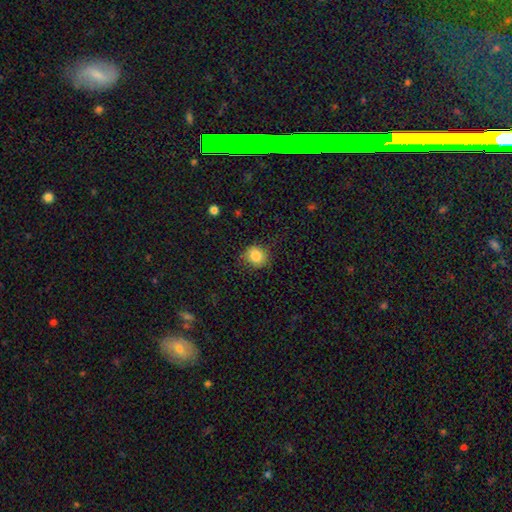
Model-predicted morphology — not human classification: type=smooth (84%); roundness=round (83%); merging=none (81%).